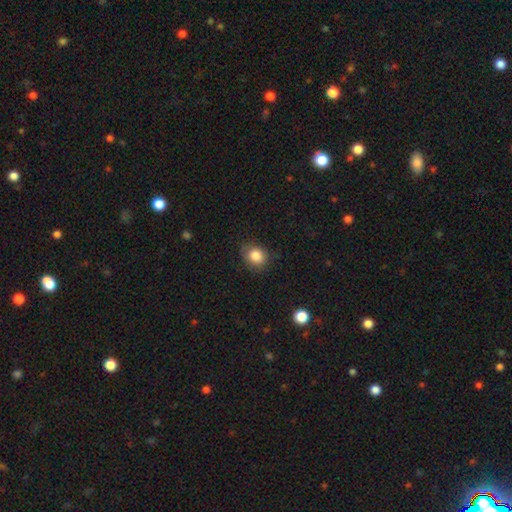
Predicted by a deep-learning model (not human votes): smooth_or_featured: smooth (p=0.85) [alt: star or artifact p=0.09]
how_rounded: round (p=0.61) [alt: in between p=0.38]
merging: none (p=0.77) [alt: minor disturbance p=0.18]